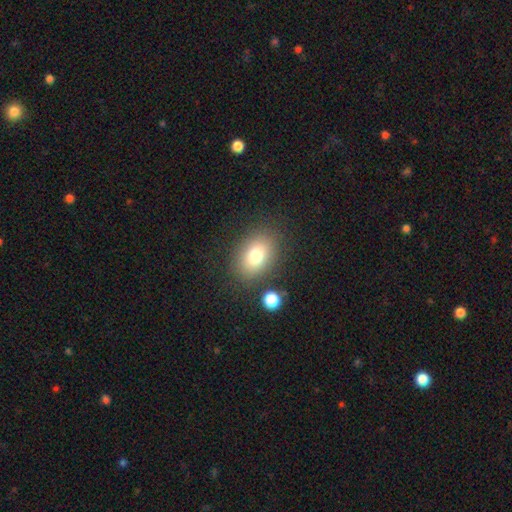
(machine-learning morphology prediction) This is likely a smooth galaxy (78%). How rounded: likely in between (79%). Merging: clearly none (81%).